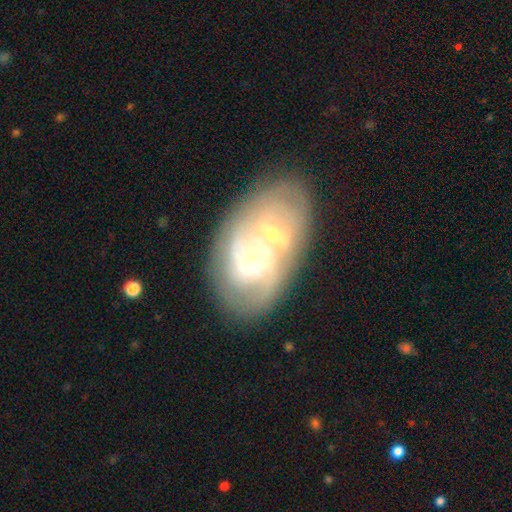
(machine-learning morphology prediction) type=featured or disk (76%); edge-on=no (96%); bar=no (55%); spiral arms=yes (84%); winding=tight (45%); arm count=can't tell (32%, tied with 2); bulge=small (52%); merging=merger (41%).